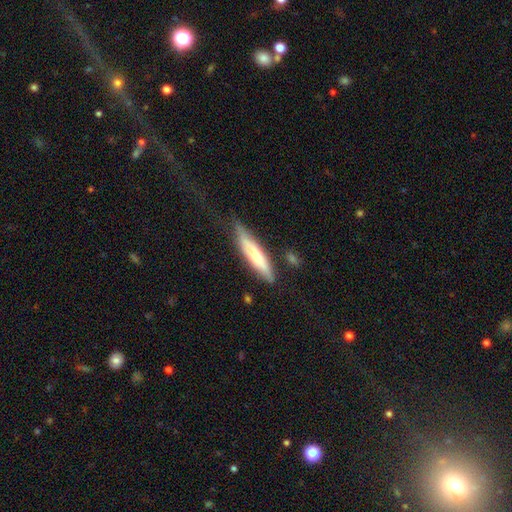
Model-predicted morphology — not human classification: smooth-or-featured: smooth: 58% | featured or disk: 36% | star or artifact: 6%
  how-rounded: cigar-shaped: 82% | in between: 16% | round: 1%
  merging: none: 64% | minor disturbance: 27% | major disturbance: 6% | merger: 3%